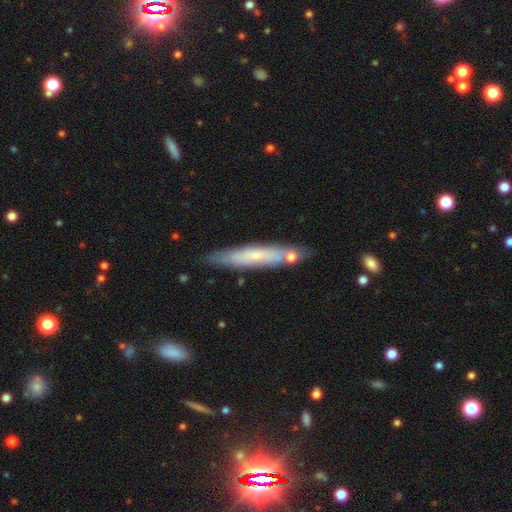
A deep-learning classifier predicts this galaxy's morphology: smooth_or_featured: smooth (p=0.52) [alt: featured or disk p=0.42]
how_rounded: cigar-shaped (p=0.91) [alt: in between p=0.08]
merging: none (p=0.75) [alt: minor disturbance p=0.15]